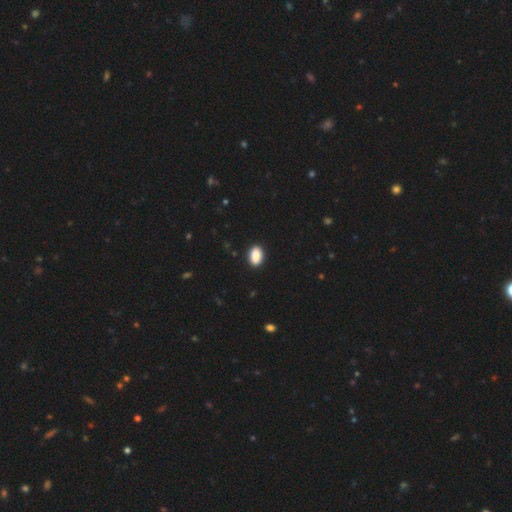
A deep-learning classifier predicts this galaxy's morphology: smooth 90%, star or artifact 7%, featured or disk 3%. Down the decision tree: how rounded — in between (92%); merging — none (90%).